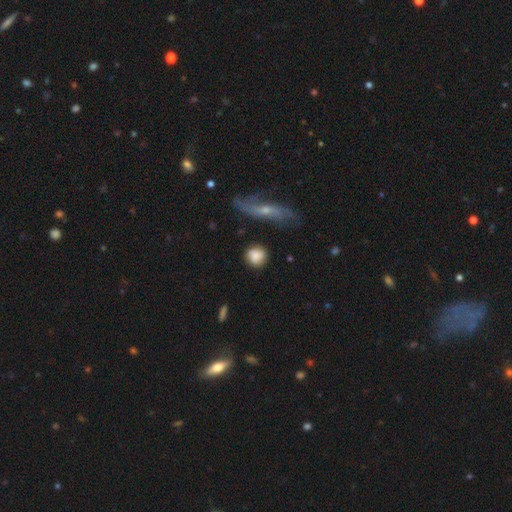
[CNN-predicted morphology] Q: Smooth or featured?
A: smooth (76%); runner-up: featured or disk (16%)
Q: How rounded?
A: round (80%); runner-up: in between (18%)
Q: Merging?
A: none (68%); runner-up: minor disturbance (20%)